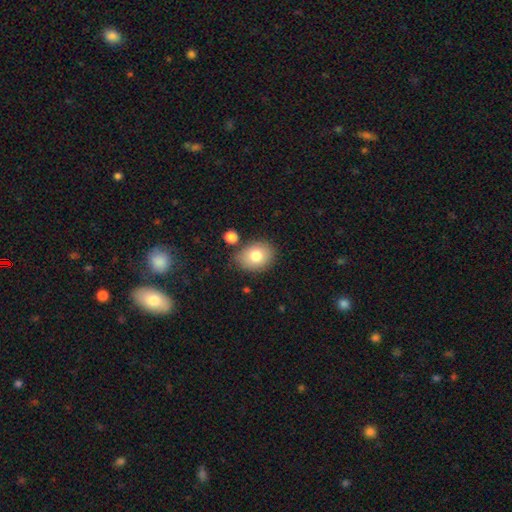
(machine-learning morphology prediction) This is likely a smooth galaxy (79%). How rounded: possibly in between (57%). Merging: likely none (75%).